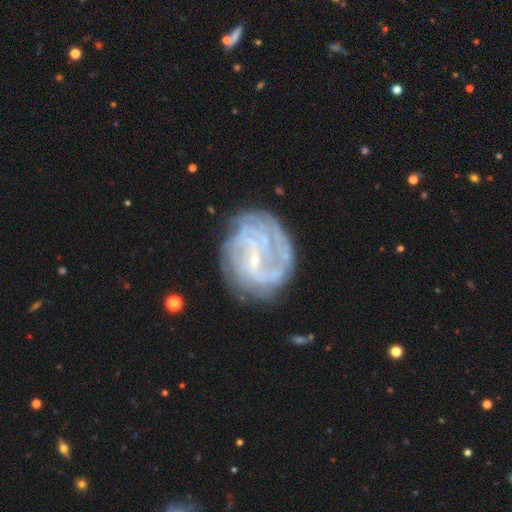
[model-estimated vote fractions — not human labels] Smooth or featured? Predicted: featured or disk (p=0.78). Edge-on disk? Predicted: no (p=0.97). Bar? Predicted: weak (p=0.47). Spiral arms? Predicted: yes (p=0.86). Spiral winding? Predicted: tight (p=0.50). Spiral arm count? Predicted: can't tell (p=0.40). Bulge size? Predicted: small (p=0.80). Merging? Predicted: none (p=0.70).